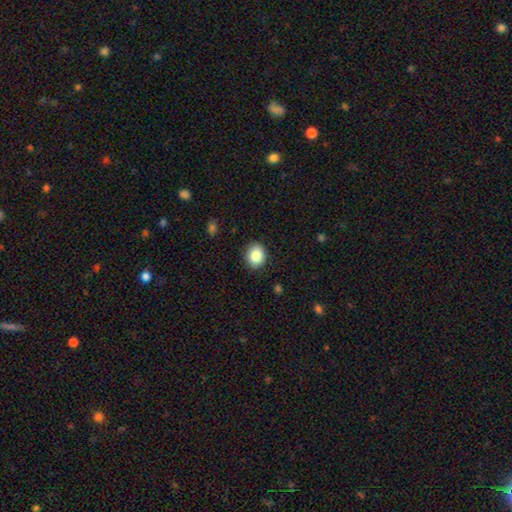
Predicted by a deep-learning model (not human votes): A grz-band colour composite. It shows a smooth galaxy with no disk features (86%) that is round (56%). Merging: none (89%).